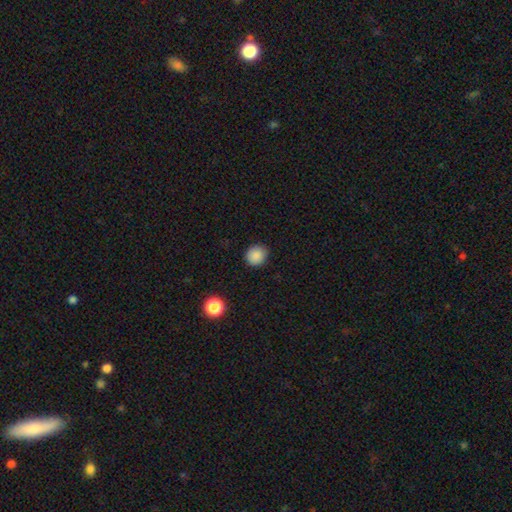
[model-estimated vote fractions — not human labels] Smooth or featured?
  - smooth: 87% *
  - star or artifact: 10%
  - featured or disk: 3%
How rounded?
  - round: 88% *
  - in between: 11%
  - cigar-shaped: 1%
Merging?
  - none: 89% *
  - minor disturbance: 8%
  - major disturbance: 2%
  - merger: 1%